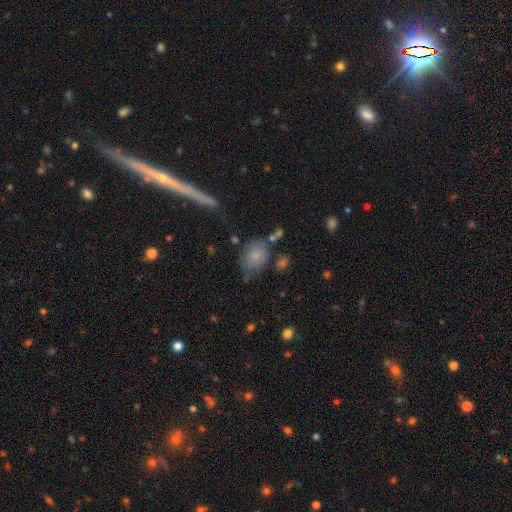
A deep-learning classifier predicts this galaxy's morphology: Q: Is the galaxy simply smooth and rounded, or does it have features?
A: smooth — 75%.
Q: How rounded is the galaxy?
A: in between — 61%.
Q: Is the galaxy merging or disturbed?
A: none — 56%.